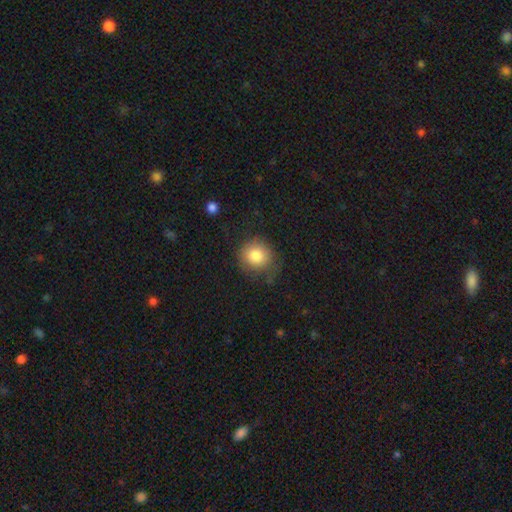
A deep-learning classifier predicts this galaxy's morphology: A smooth galaxy with no disk features (82%) that is round (86%).

Vote fractions:
- Smooth or featured? smooth: 82% / featured or disk: 9% / star or artifact: 9%
- How rounded? round: 86% / in between: 14% / cigar-shaped: 1%
- Merging? none: 69% / minor disturbance: 21% / major disturbance: 8% / merger: 2%